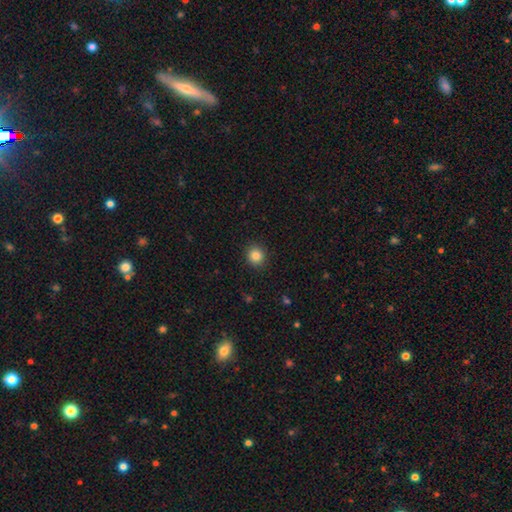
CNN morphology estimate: A smooth galaxy with no disk features (84%) that is round (89%).

Vote fractions:
- Smooth or featured? smooth: 84% / star or artifact: 11% / featured or disk: 5%
- How rounded? round: 89% / in between: 10% / cigar-shaped: 1%
- Merging? none: 91% / minor disturbance: 6% / major disturbance: 2% / merger: 1%